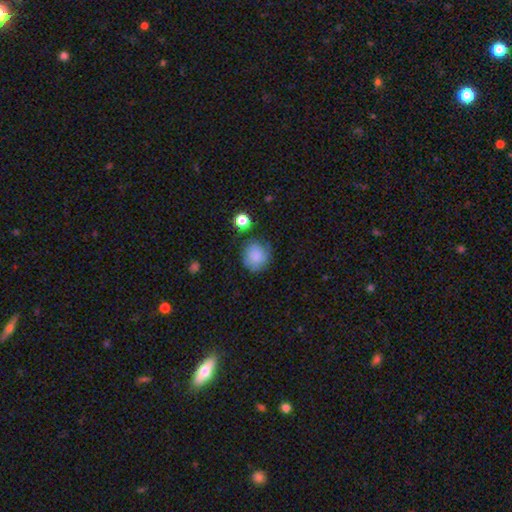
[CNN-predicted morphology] Smooth or featured? smooth (80%)
How rounded? round (83%)
Merging? none (70%)